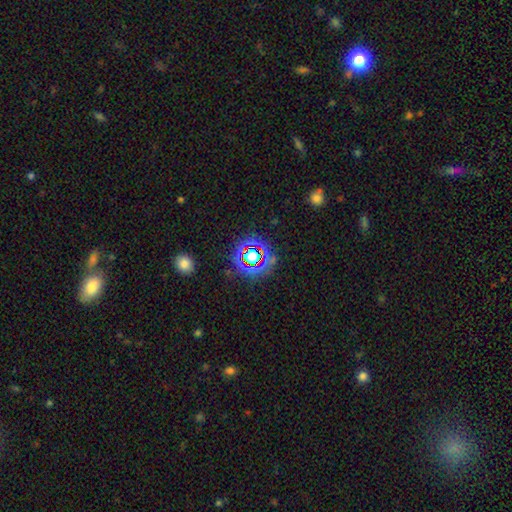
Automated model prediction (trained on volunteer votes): Smooth or featured? Predicted: star or artifact (p=0.72).